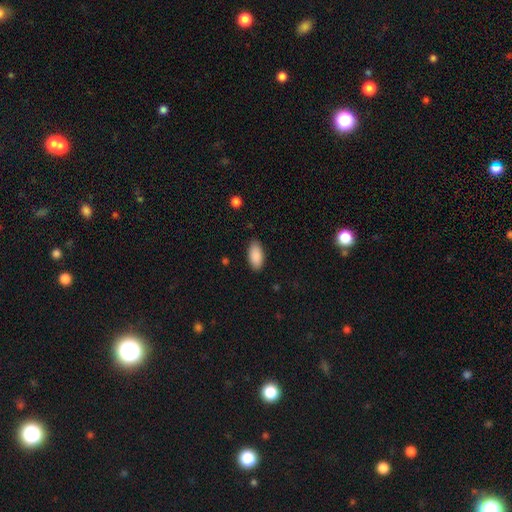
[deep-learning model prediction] A smooth galaxy with no disk features (90%) that is in between round and cigar-shaped (93%). Merging: none (85%).